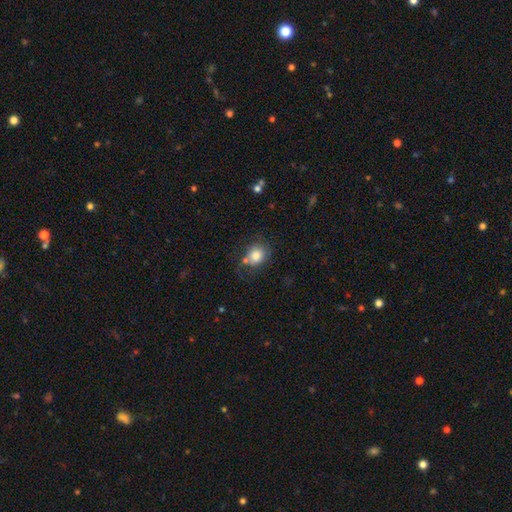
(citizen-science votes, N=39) Smooth or featured: smooth — 90% (featured or disk — 5%)
How rounded: round — 74% (in between — 26%)
Merging: none — 51% (minor disturbance — 35%)